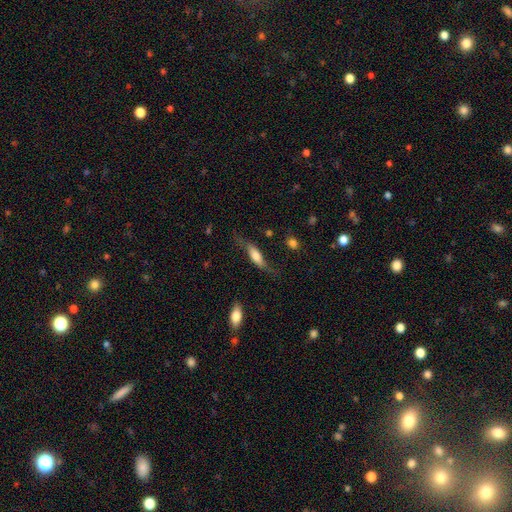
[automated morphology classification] This appears to be a smooth galaxy with no disk features (51%) that is in between round and cigar-shaped (51%). Merging: none (52%).